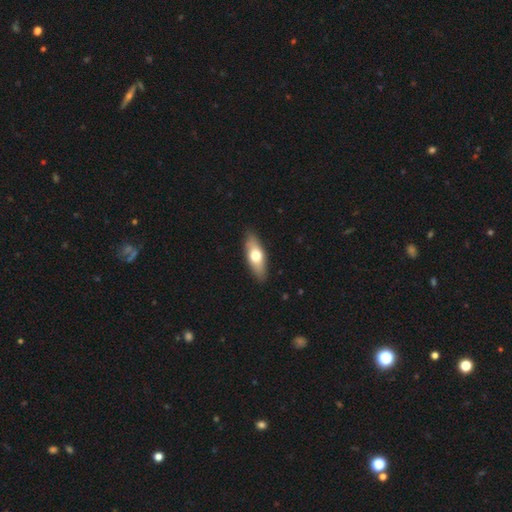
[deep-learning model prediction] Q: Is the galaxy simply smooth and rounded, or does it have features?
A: smooth — 60%.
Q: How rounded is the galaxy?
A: in between — 64%.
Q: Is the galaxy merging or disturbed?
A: none — 88%.